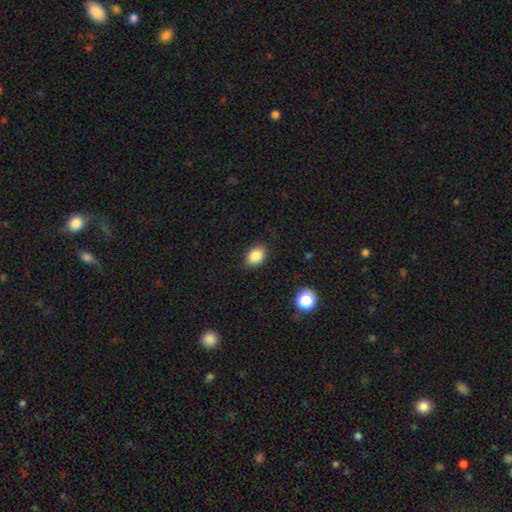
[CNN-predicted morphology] This appears to be a smooth galaxy with no disk features (86%) that is in between round and cigar-shaped (70%). Merging: none (86%).